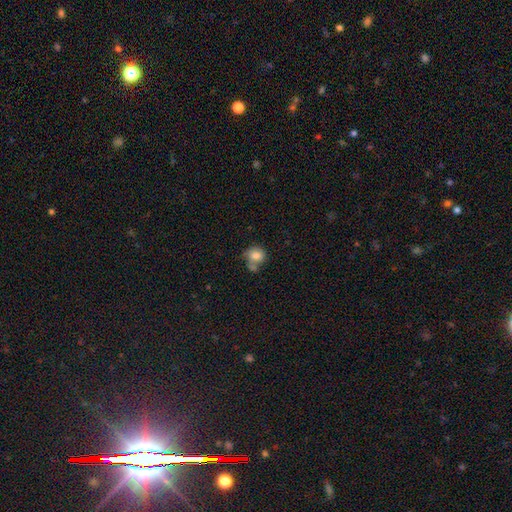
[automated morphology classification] smooth-or-featured: smooth: 79% | featured or disk: 12% | star or artifact: 9%
  how-rounded: round: 69% | in between: 30% | cigar-shaped: 1%
  merging: none: 41% | merger: 32% | minor disturbance: 18% | major disturbance: 8%